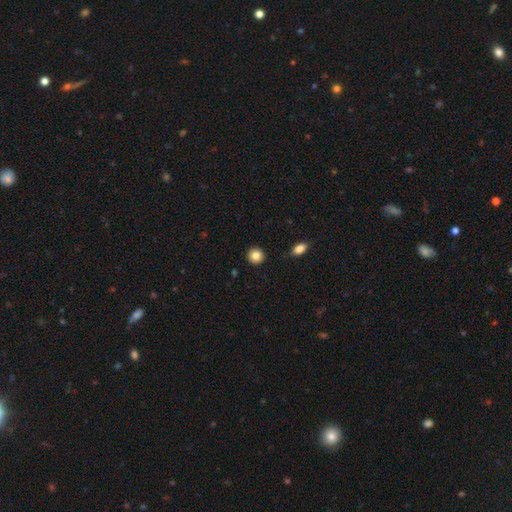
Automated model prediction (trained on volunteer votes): The model was most divided on "smooth or featured": smooth: 85%, star or artifact: 9%, featured or disk: 6%. More confident: how rounded — round (92%); merging — none (91%).